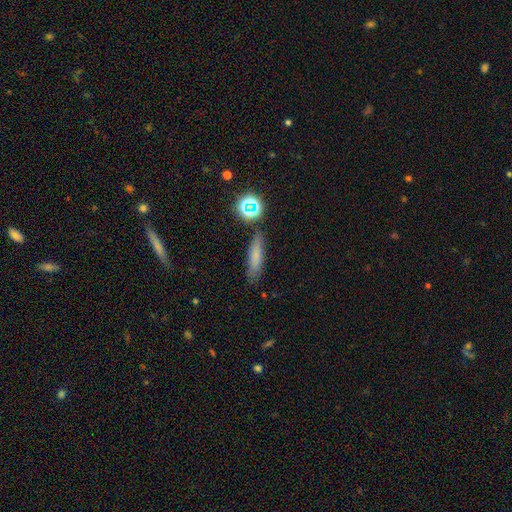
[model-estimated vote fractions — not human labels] A smooth galaxy with no disk features (71%) that is cigar-shaped (67%).

Vote fractions:
- Smooth or featured? smooth: 71% / star or artifact: 14% / featured or disk: 14%
- How rounded? cigar-shaped: 67% / in between: 28% / round: 5%
- Merging? none: 78% / minor disturbance: 14% / merger: 4% / major disturbance: 4%